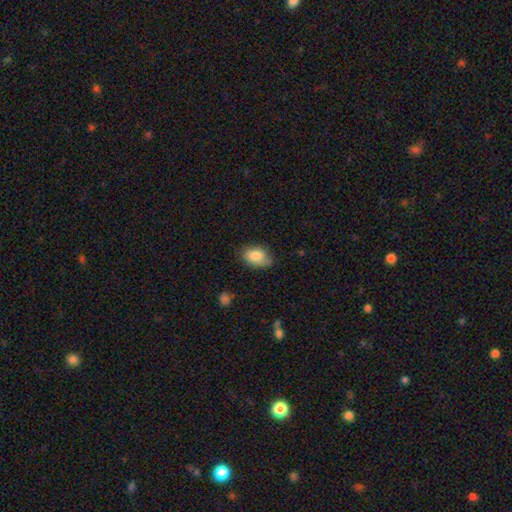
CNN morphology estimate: Smooth or featured? Predicted: smooth (p=0.84). How rounded? Predicted: in between (p=0.85). Merging? Predicted: none (p=0.68).